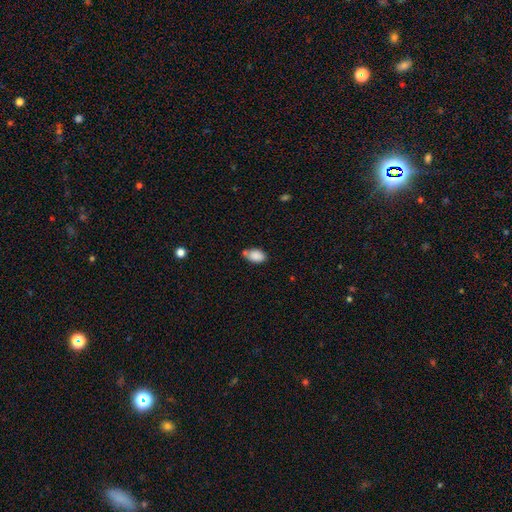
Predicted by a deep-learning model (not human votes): smooth 86%, star or artifact 8%, featured or disk 6%. Down the decision tree: how rounded — in between (88%); merging — none (54%).